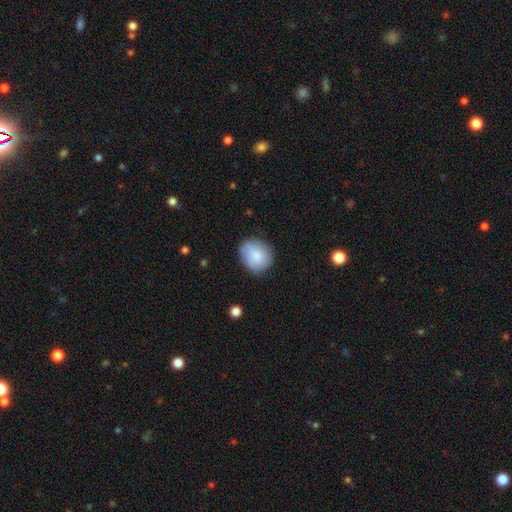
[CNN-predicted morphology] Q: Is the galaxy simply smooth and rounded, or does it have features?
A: smooth — 80%.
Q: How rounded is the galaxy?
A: round — 69%.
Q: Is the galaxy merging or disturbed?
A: none — 75%.